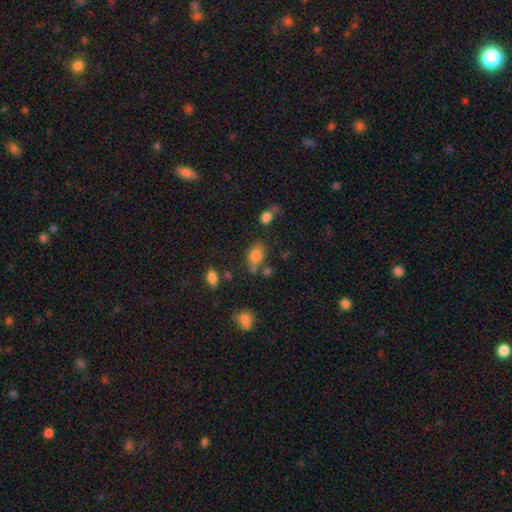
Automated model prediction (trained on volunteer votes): Overall: smooth (82%). How rounded: in between (86%). Merging: none (58%; minor disturbance 23%).